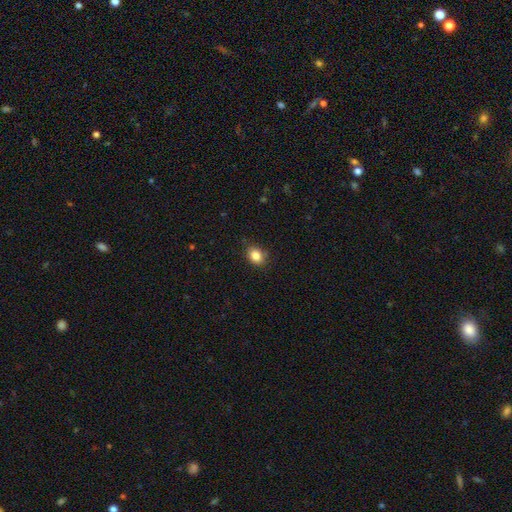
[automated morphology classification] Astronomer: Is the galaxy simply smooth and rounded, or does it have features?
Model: smooth — 85%.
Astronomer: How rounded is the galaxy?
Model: in between — 60% (runner-up: round, 39%).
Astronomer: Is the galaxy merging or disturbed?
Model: none — 83%.